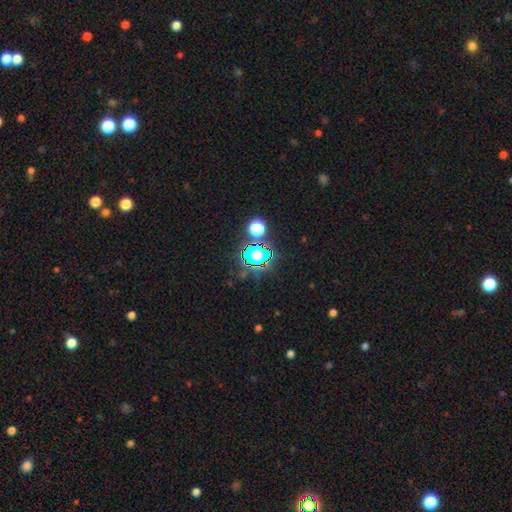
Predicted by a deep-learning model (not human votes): Smooth or featured?
  - star or artifact: 56% *
  - smooth: 32%
  - featured or disk: 12%